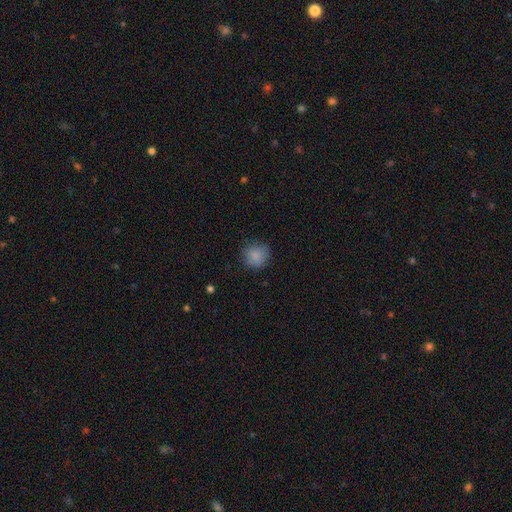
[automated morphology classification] A smooth galaxy with no disk features (85%) that is round (89%). Merging: none (83%).